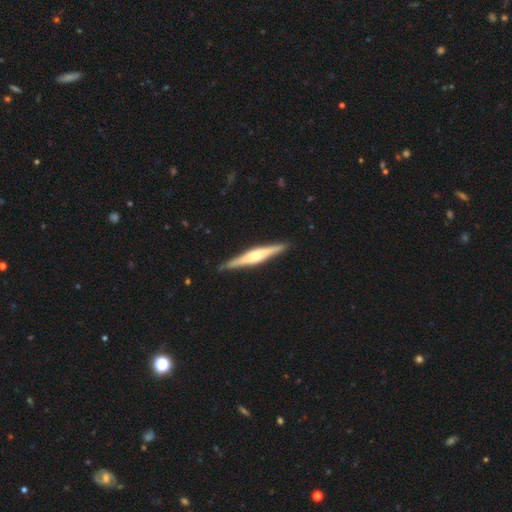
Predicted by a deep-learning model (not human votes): Morphology: type=featured or disk (74%); edge-on=yes (98%); edge-on bulge=rounded (72%); merging=none (89%).